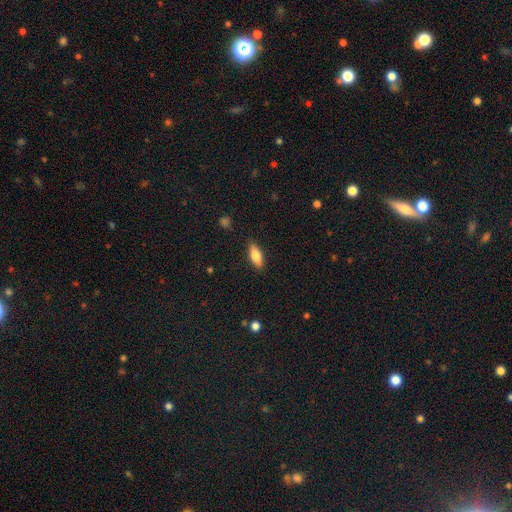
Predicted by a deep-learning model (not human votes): smooth_or_featured: smooth (p=0.77) [alt: featured or disk p=0.17]
how_rounded: in between (p=0.76) [alt: cigar-shaped p=0.21]
merging: none (p=0.87) [alt: minor disturbance p=0.09]